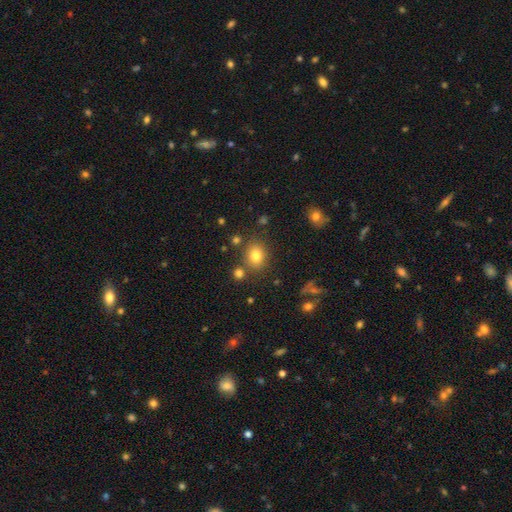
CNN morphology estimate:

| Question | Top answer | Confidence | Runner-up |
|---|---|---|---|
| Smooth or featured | smooth | 79% | star or artifact (13%) |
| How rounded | round | 55% | in between (44%) |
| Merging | none | 77% | minor disturbance (11%) |